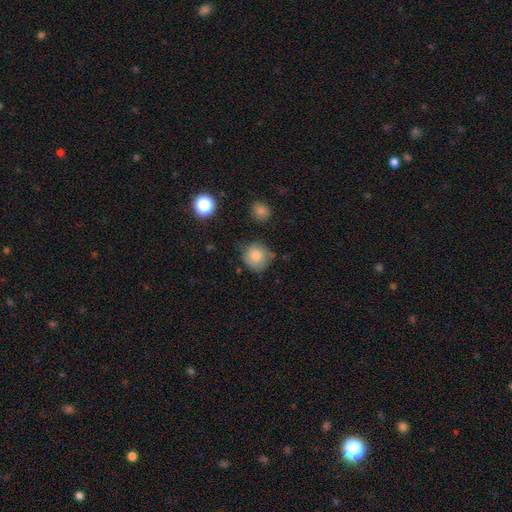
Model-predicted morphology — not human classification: Smooth or featured? smooth (80%)
How rounded? round (88%)
Merging? none (62%)